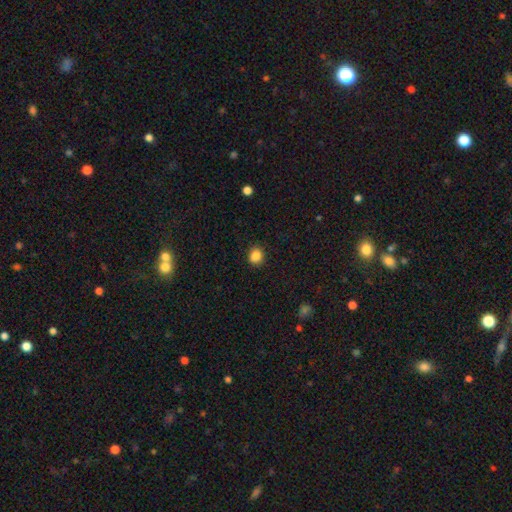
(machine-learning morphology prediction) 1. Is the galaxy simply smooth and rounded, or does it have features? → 86% smooth, 10% star or artifact, 3% featured or disk.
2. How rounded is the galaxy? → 71% round, 28% in between, 1% cigar-shaped.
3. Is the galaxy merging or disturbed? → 87% none, 9% minor disturbance, 2% major disturbance, 1% merger.